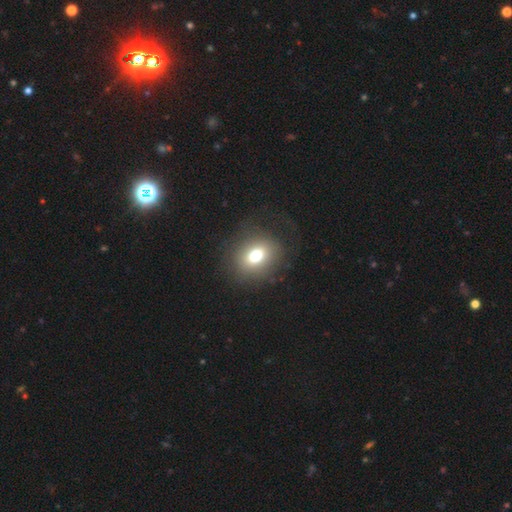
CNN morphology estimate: type=smooth (72%); roundness=round (59%); merging=none (77%).